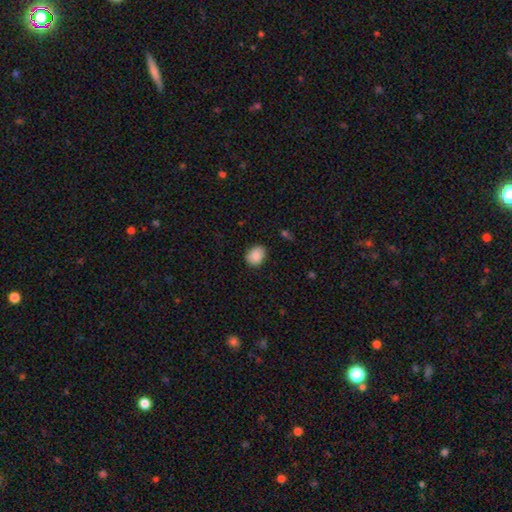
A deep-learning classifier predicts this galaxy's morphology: smooth-or-featured: smooth: 84% | featured or disk: 8% | star or artifact: 7%
  how-rounded: in between: 54% | round: 45% | cigar-shaped: 1%
  merging: none: 80% | minor disturbance: 15% | major disturbance: 3% | merger: 1%